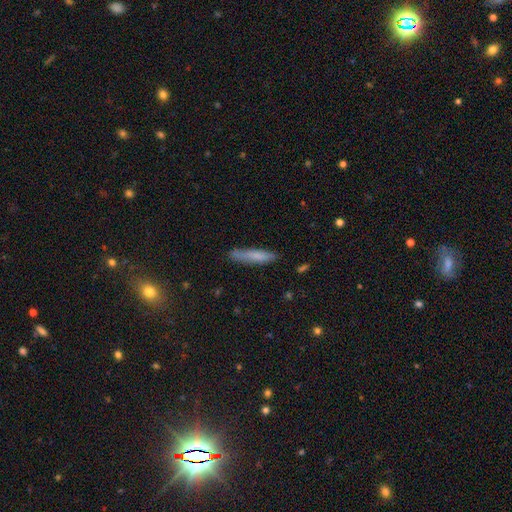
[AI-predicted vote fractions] Smooth or featured? Predicted: smooth (p=0.75). How rounded? Predicted: cigar-shaped (p=0.87). Merging? Predicted: none (p=0.76).